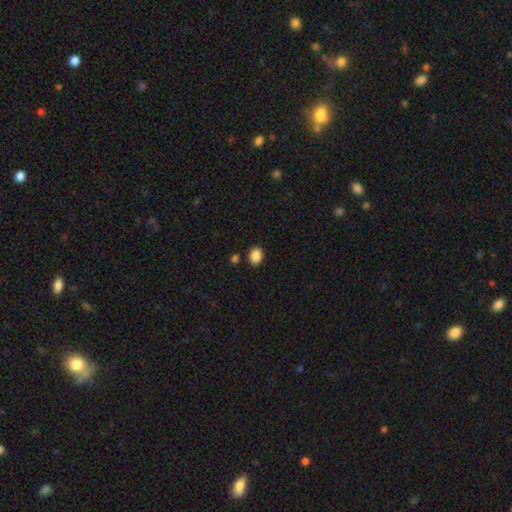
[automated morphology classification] Smooth or featured: smooth — 87% (star or artifact — 9%)
How rounded: in between — 54% (round — 45%)
Merging: none — 85% (minor disturbance — 9%)